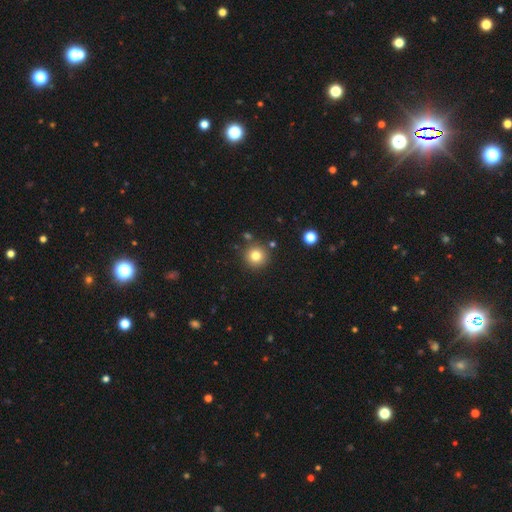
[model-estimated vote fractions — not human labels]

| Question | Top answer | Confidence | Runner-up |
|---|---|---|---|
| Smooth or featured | smooth | 80% | star or artifact (13%) |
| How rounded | round | 95% | in between (5%) |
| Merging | none | 85% | minor disturbance (7%) |